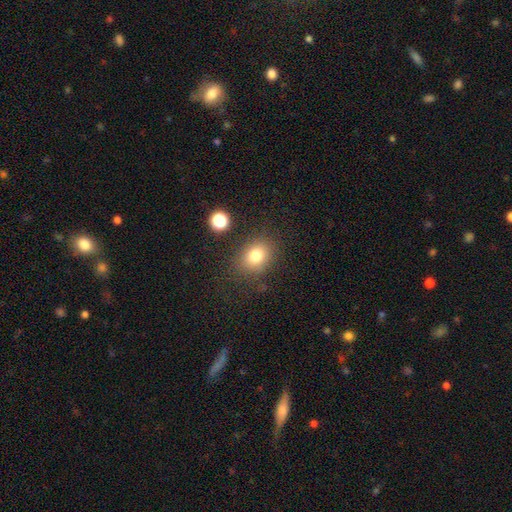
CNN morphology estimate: smooth-or-featured: smooth: 78% | star or artifact: 13% | featured or disk: 9%
  how-rounded: in between: 51% | round: 48% | cigar-shaped: 1%
  merging: none: 79% | minor disturbance: 13% | major disturbance: 5% | merger: 3%